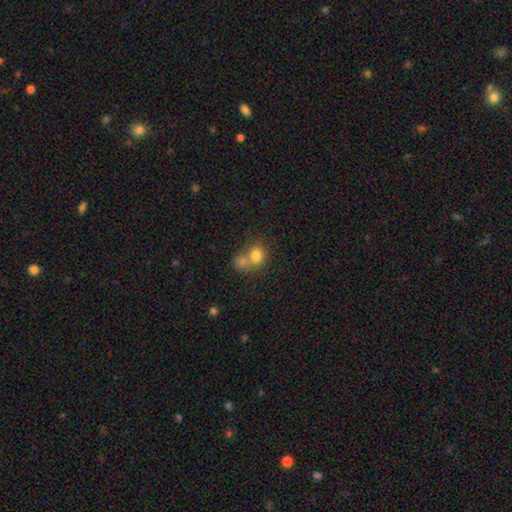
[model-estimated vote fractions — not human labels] Overall: smooth (78%). How rounded: round (71%). Merging: merger (57%; none 32%).